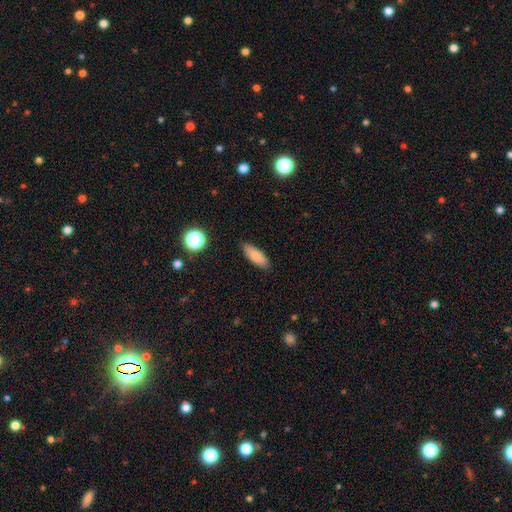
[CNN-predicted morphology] This is likely a smooth galaxy (80%). How rounded: likely in between (65%). Merging: clearly none (81%).